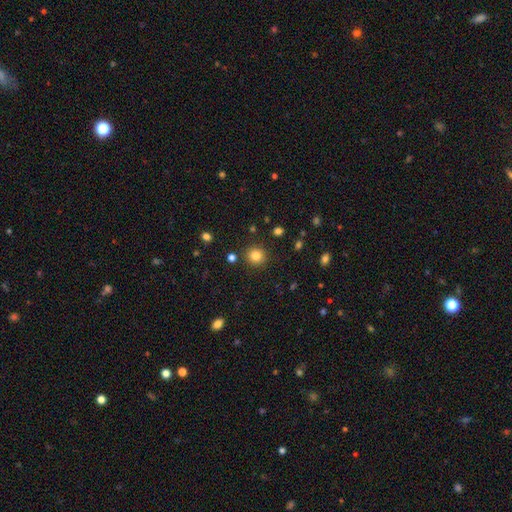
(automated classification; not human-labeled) The model was most divided on "smooth or featured": smooth: 82%, star or artifact: 12%, featured or disk: 6%. More confident: how rounded — round (91%); merging — none (89%).